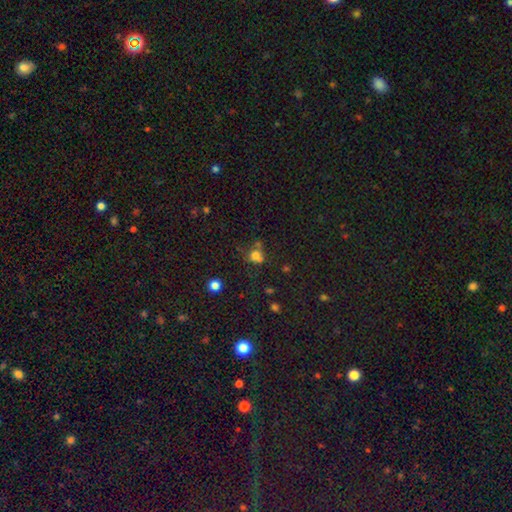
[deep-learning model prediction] smooth_or_featured: smooth (p=0.70) [alt: star or artifact p=0.20]
how_rounded: round (p=0.80) [alt: in between p=0.19]
merging: none (p=0.48) [alt: merger p=0.31]